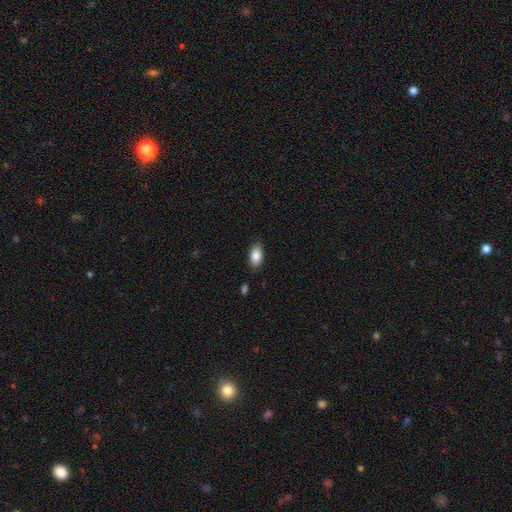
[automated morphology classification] A smooth galaxy with no disk features (85%) that is in between round and cigar-shaped (92%).

Vote fractions:
- Smooth or featured? smooth: 85% / featured or disk: 8% / star or artifact: 7%
- How rounded? in between: 92% / cigar-shaped: 4% / round: 4%
- Merging? none: 85% / minor disturbance: 11% / major disturbance: 2% / merger: 1%